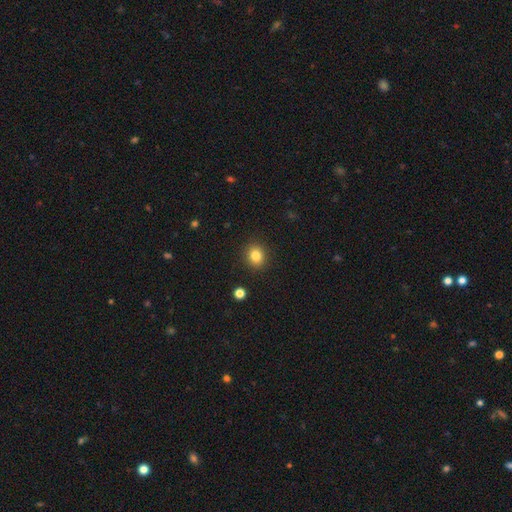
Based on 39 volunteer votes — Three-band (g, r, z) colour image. It shows a smooth galaxy with no disk features (95%) that is round (70%). Merging: none (95%).